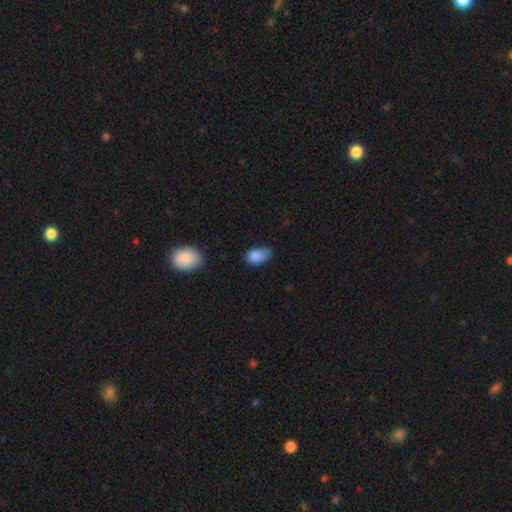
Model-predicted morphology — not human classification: Smooth or featured? smooth (84%)
How rounded? in between (87%)
Merging? none (43%)